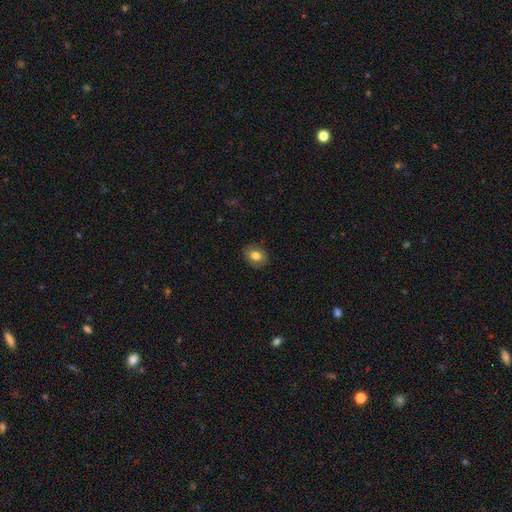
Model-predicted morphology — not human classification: type=smooth (77%); roundness=in between (54%); merging=none (86%).